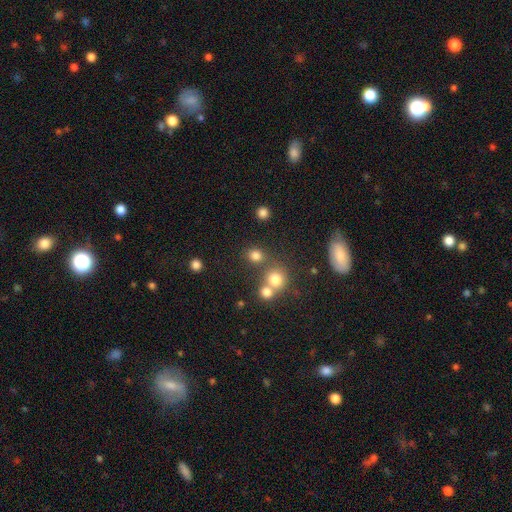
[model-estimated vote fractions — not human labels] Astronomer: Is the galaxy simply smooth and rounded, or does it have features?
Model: smooth — 78%.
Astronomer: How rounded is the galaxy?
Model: round — 82%.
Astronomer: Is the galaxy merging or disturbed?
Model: none — 66%.